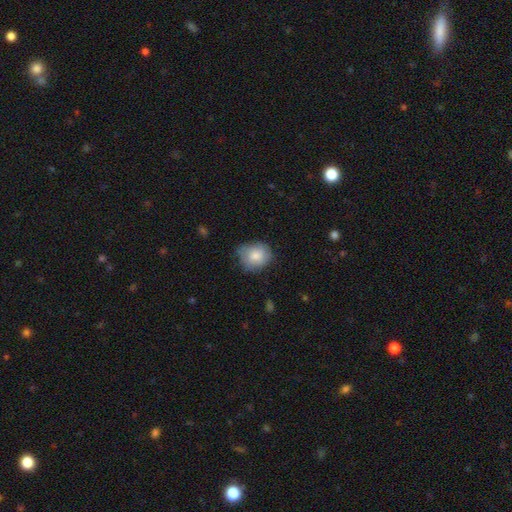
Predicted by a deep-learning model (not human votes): A smooth galaxy with no disk features (76%) that is round (71%). Merging: none (66%).